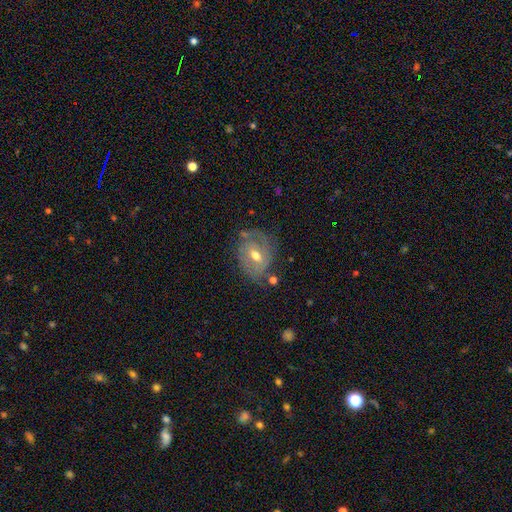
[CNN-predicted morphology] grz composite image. It shows a featured or disk galaxy (63%) with a weak bar (50%), spiral arms (66%) and a moderate central bulge (76%). Merging: none (61%).